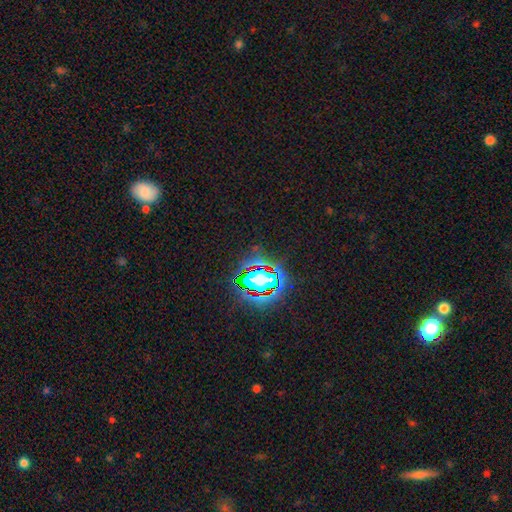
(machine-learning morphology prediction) star or artifact 80%, smooth 12%, featured or disk 8%.